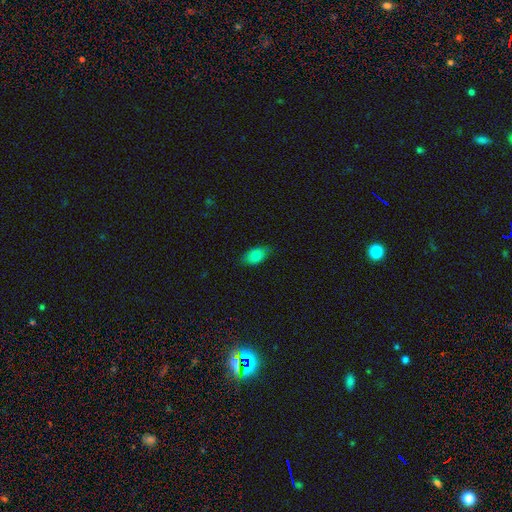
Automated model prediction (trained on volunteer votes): smooth-or-featured: smooth: 83% | featured or disk: 9% | star or artifact: 8%
  how-rounded: in between: 90% | round: 7% | cigar-shaped: 3%
  merging: none: 77% | minor disturbance: 19% | major disturbance: 3% | merger: 1%